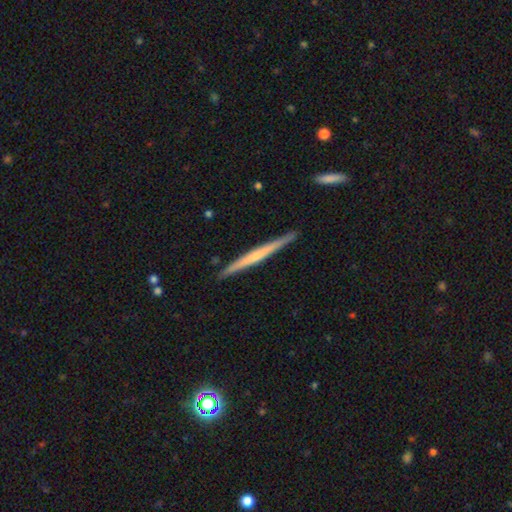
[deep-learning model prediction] Smooth or featured: featured or disk — 60% (smooth — 35%)
Edge-on disk: yes — 98% (no — 2%)
Edge-on bulge: none — 61% (rounded — 32%)
Merging: none — 90% (minor disturbance — 7%)